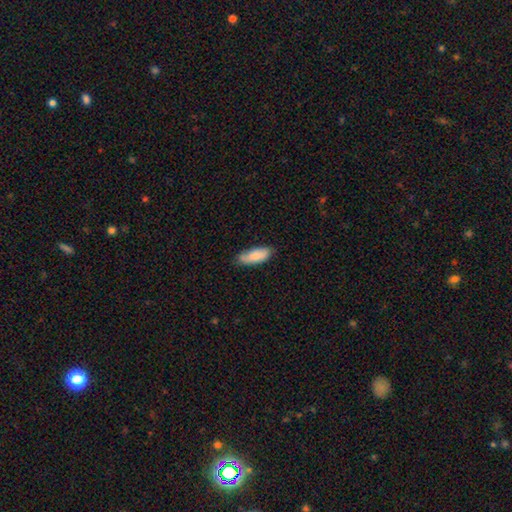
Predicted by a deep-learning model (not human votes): Overall: smooth (83%). How rounded: in between (77%). Merging: none (72%).